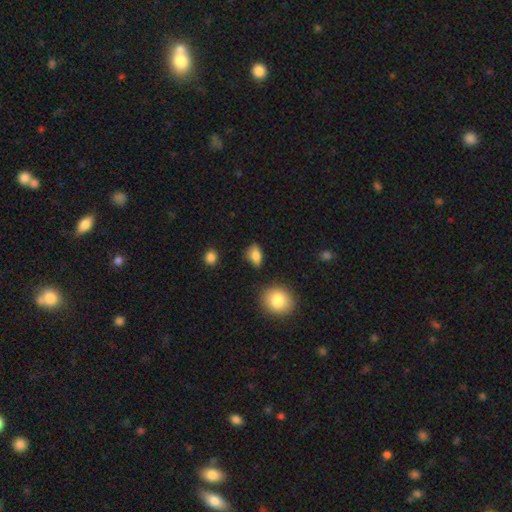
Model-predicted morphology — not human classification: Q: Smooth or featured?
A: smooth (83%); runner-up: star or artifact (9%)
Q: How rounded?
A: in between (78%); runner-up: round (18%)
Q: Merging?
A: none (76%); runner-up: minor disturbance (17%)